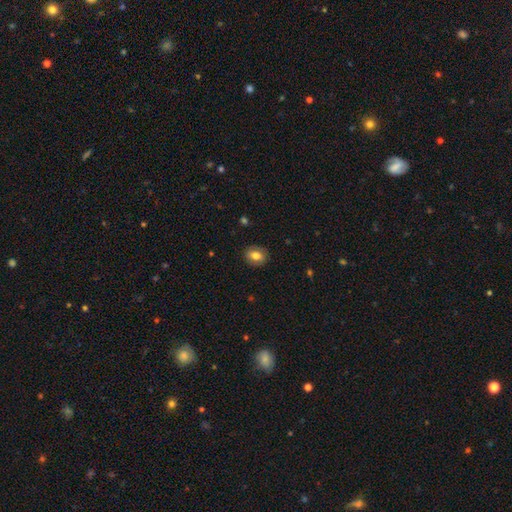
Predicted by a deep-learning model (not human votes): Smooth or featured? smooth (77%)
How rounded? round (56%)
Merging? none (88%)